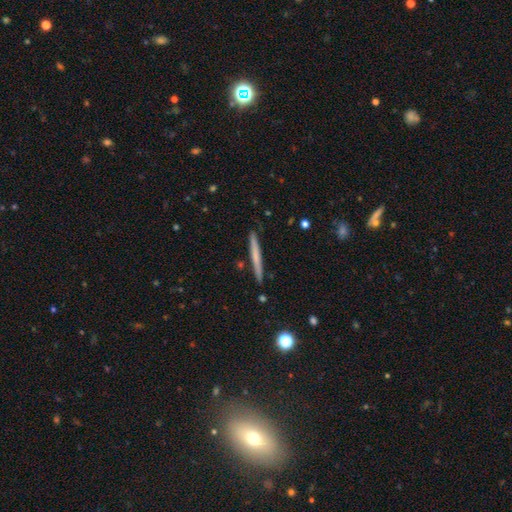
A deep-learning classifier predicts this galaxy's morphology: Smooth or featured? smooth (57%)
How rounded? cigar-shaped (97%)
Merging? none (90%)